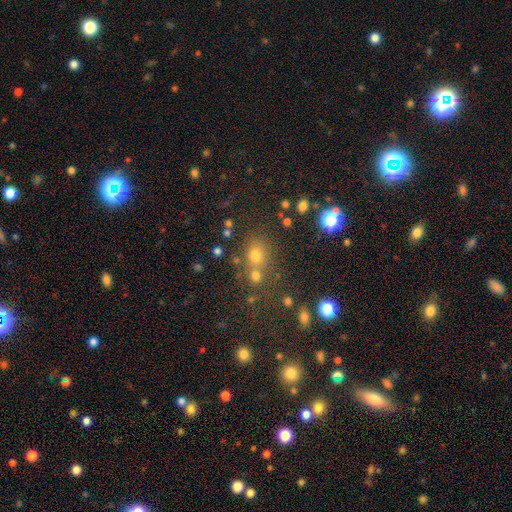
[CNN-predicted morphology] The model was most divided on "merging": none: 60%, merger: 25%, minor disturbance: 10%, major disturbance: 5%. More confident: how rounded — round (71%); smooth or featured — smooth (64%).